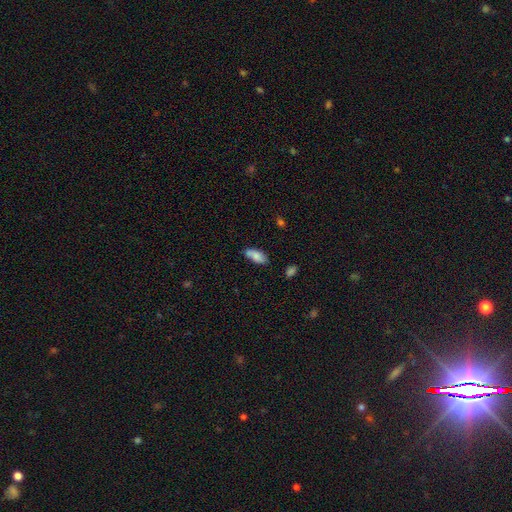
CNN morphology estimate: Smooth or featured: smooth — 76% (featured or disk — 16%)
How rounded: in between — 85% (cigar-shaped — 13%)
Merging: none — 64% (minor disturbance — 22%)